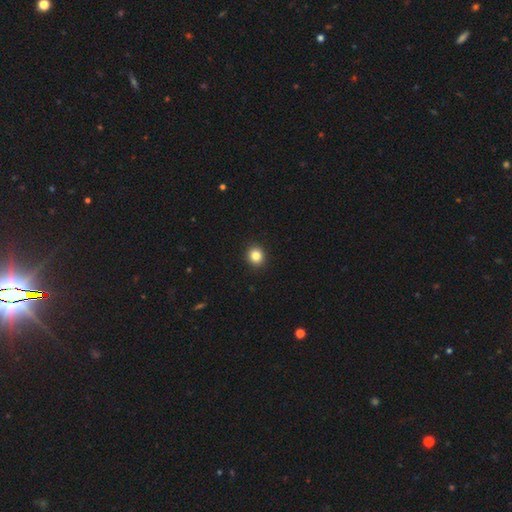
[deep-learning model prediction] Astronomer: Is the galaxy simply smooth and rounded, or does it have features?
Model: smooth — 84%.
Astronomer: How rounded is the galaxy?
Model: round — 84%.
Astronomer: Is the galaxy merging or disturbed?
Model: none — 93%.